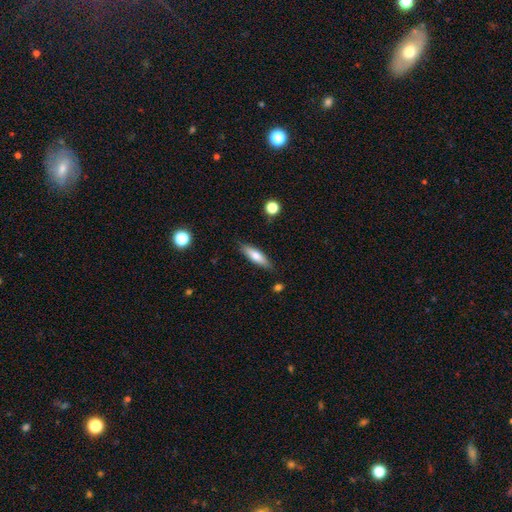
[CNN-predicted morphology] Smooth or featured? smooth (68%)
How rounded? cigar-shaped (60%)
Merging? none (85%)